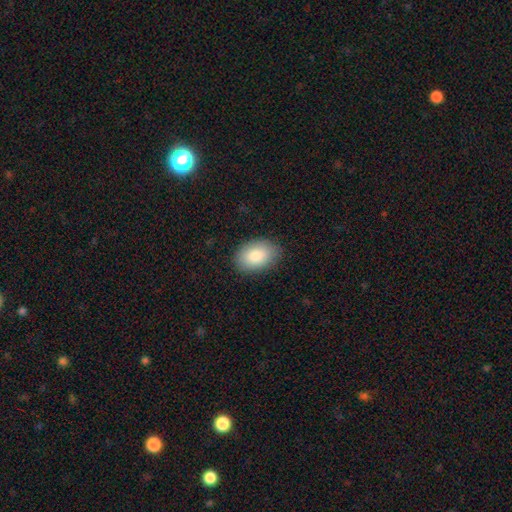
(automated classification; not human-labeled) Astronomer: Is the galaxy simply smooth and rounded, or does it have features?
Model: smooth — 85%.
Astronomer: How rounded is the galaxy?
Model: in between — 88%.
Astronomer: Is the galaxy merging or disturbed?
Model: none — 86%.